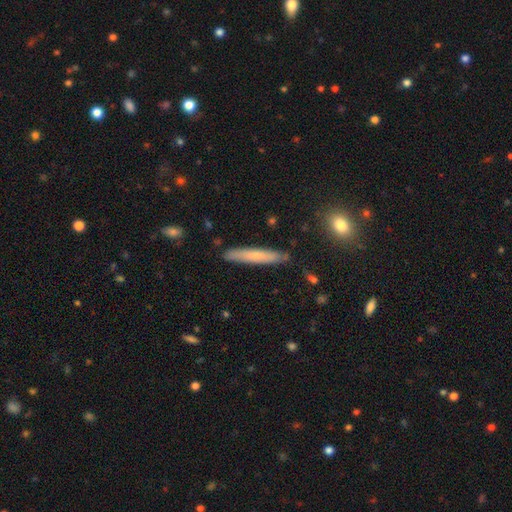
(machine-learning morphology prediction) The model was most divided on "smooth or featured": smooth: 60%, featured or disk: 34%, star or artifact: 6%. More confident: how rounded — cigar-shaped (93%); merging — none (85%).